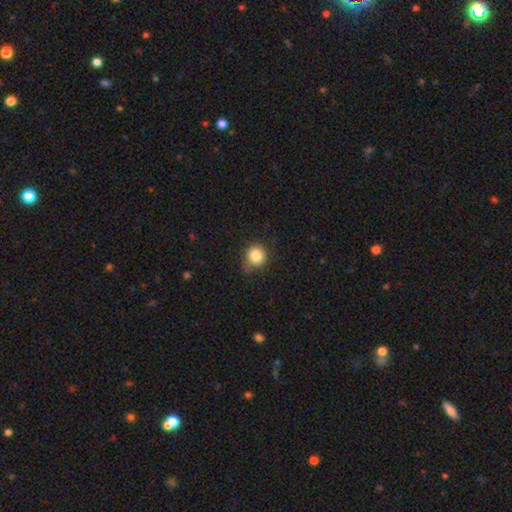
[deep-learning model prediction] smooth 84%, star or artifact 10%, featured or disk 6%. Down the decision tree: how rounded — round (91%); merging — none (69%).